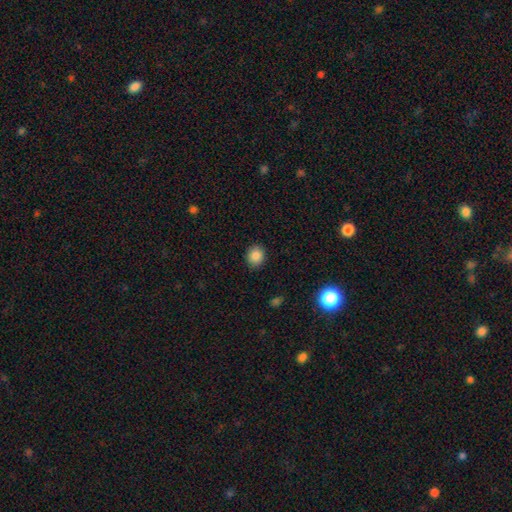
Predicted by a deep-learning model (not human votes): The model was most divided on "how rounded": round: 72%, in between: 27%, cigar-shaped: 1%. More confident: merging — none (89%); smooth or featured — smooth (86%).